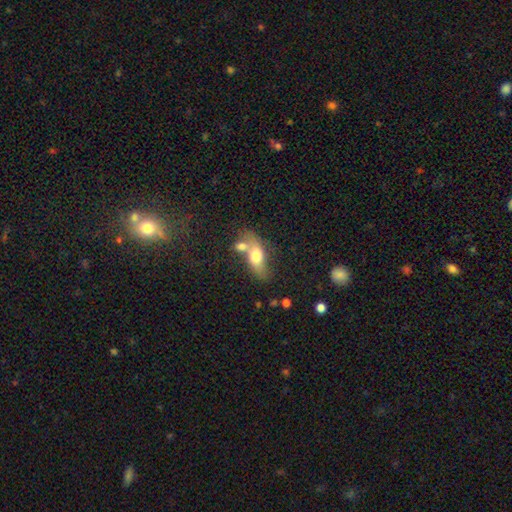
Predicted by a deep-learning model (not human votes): smooth 63%, featured or disk 29%, star or artifact 8%. Down the decision tree: how rounded — in between (80%); merging — merger (46%).